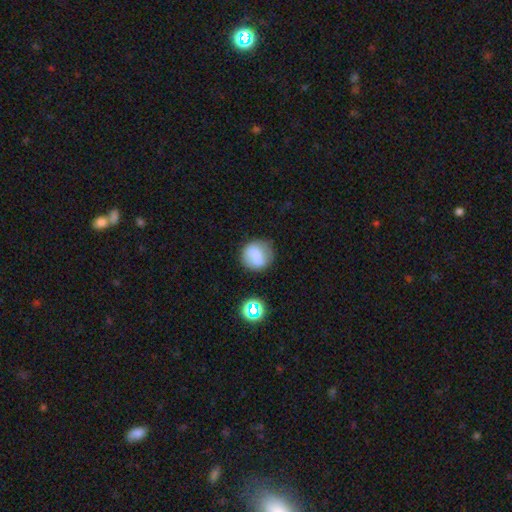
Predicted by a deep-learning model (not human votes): smooth_or_featured: smooth (p=0.68) [alt: featured or disk p=0.21]
how_rounded: round (p=0.81) [alt: in between p=0.18]
merging: none (p=0.72) [alt: minor disturbance p=0.18]